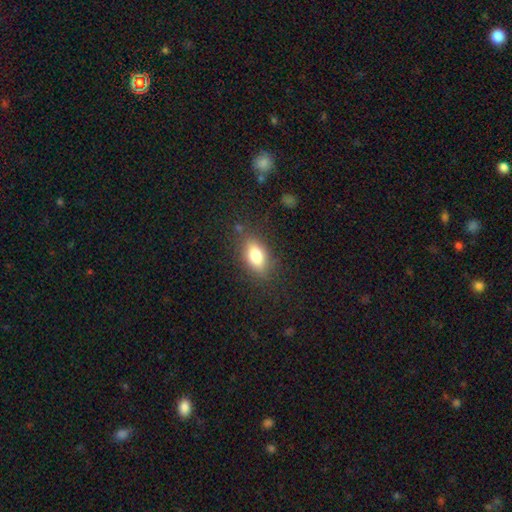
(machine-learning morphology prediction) Smooth or featured: smooth — 79% (featured or disk — 12%)
How rounded: in between — 86% (cigar-shaped — 7%)
Merging: none — 81% (minor disturbance — 13%)